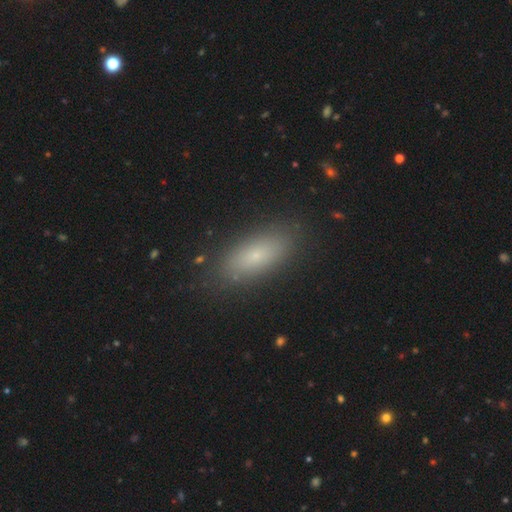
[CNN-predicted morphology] Smooth or featured?
  - smooth: 72% *
  - featured or disk: 17%
  - star or artifact: 11%
How rounded?
  - in between: 75% *
  - cigar-shaped: 21%
  - round: 3%
Merging?
  - none: 86% *
  - minor disturbance: 10%
  - major disturbance: 3%
  - merger: 1%